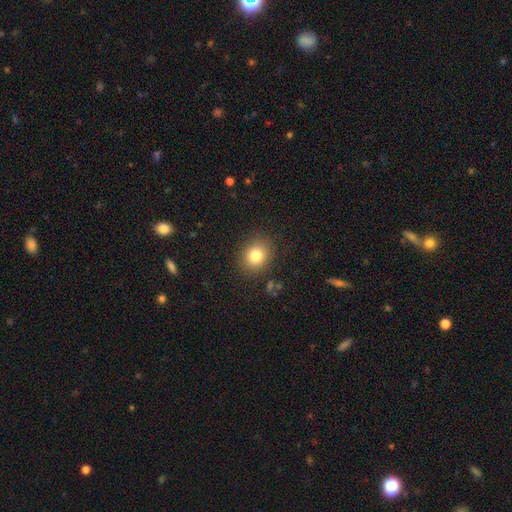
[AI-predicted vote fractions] This is likely a smooth galaxy (80%). How rounded: likely round (68%). Merging: clearly none (88%).